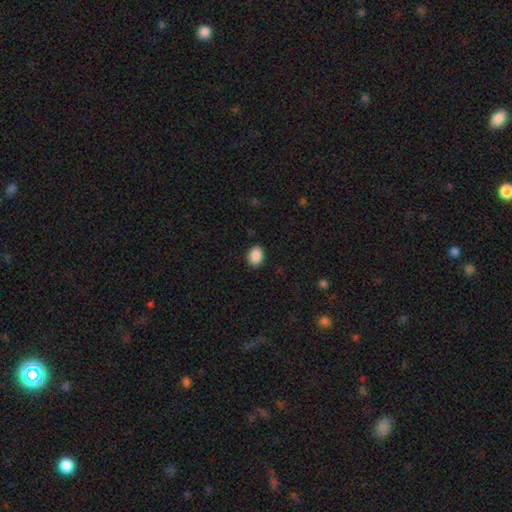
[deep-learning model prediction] smooth_or_featured: smooth (p=0.90) [alt: star or artifact p=0.08]
how_rounded: in between (p=0.78) [alt: round p=0.21]
merging: none (p=0.88) [alt: minor disturbance p=0.09]